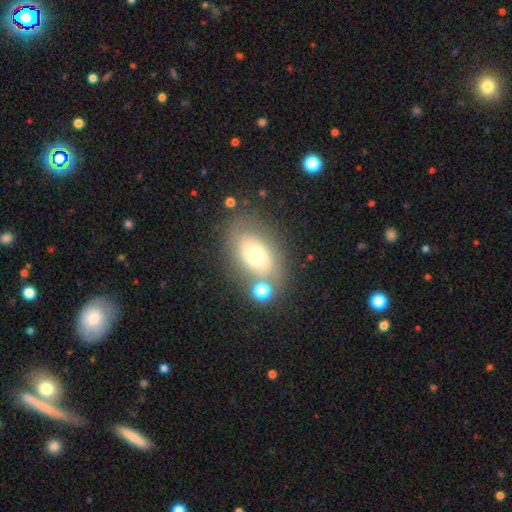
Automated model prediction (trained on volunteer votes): Q: Smooth or featured?
A: smooth (57%); runner-up: featured or disk (32%)
Q: How rounded?
A: in between (82%); runner-up: round (16%)
Q: Merging?
A: none (65%); runner-up: minor disturbance (15%)